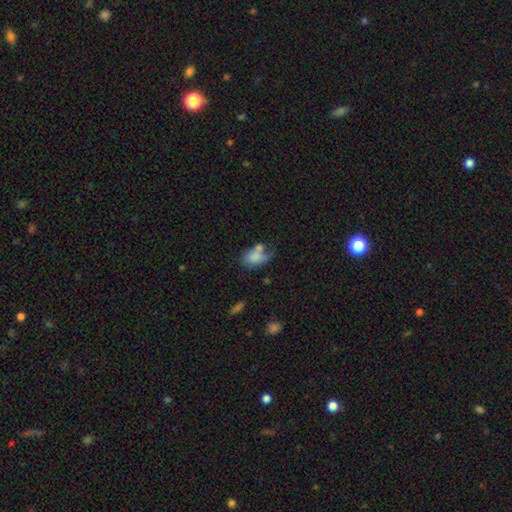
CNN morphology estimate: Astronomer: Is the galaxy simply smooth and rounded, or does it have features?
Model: smooth — 70%.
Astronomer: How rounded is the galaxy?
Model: in between — 85%.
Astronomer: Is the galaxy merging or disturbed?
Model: merger — 32% (runner-up: none, 29%).